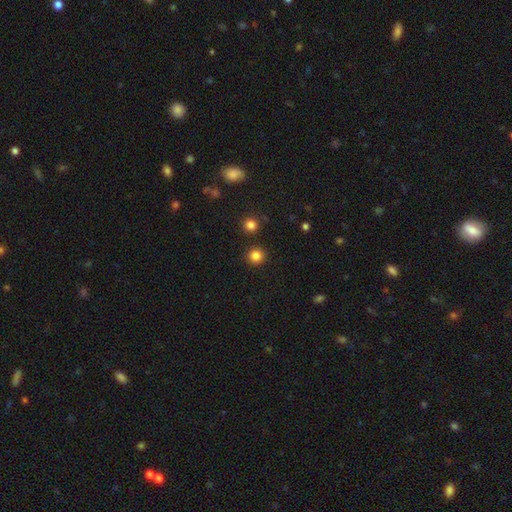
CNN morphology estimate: A smooth galaxy with no disk features (84%) that is round (93%). Merging: none (91%).